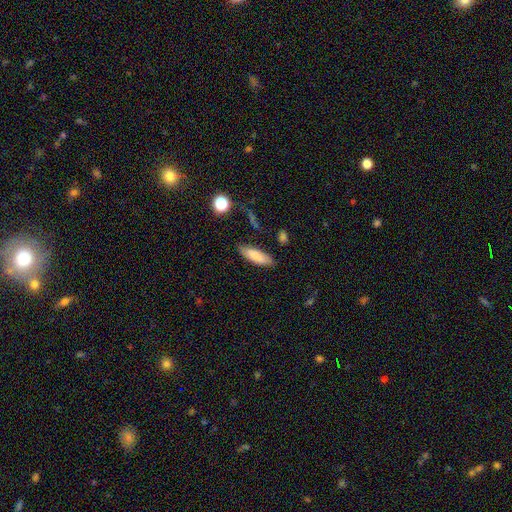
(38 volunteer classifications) Volunteers were most divided on "how rounded": in between: 76%, cigar-shaped: 24%, round: 0%. More confident: smooth or featured — smooth (89%); merging — none (89%).